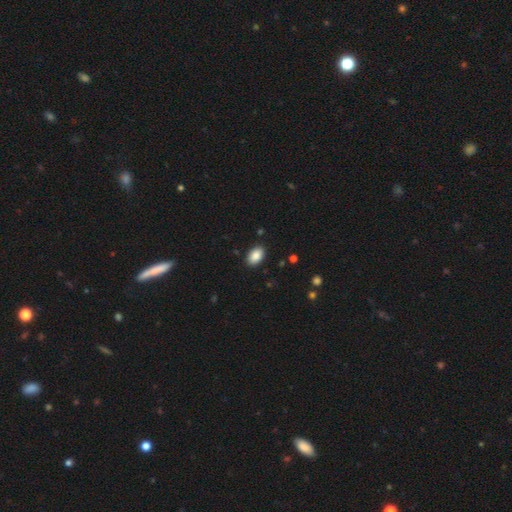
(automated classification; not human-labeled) smooth_or_featured: smooth (p=0.88) [alt: star or artifact p=0.07]
how_rounded: in between (p=0.92) [alt: round p=0.07]
merging: none (p=0.89) [alt: minor disturbance p=0.08]